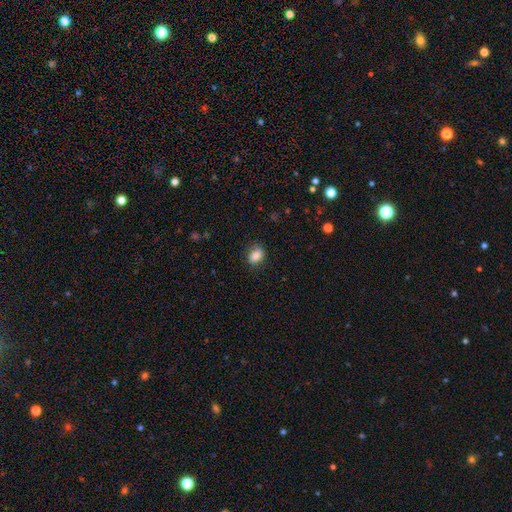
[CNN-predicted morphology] Smooth or featured: smooth — 87% (star or artifact — 9%)
How rounded: in between — 70% (round — 29%)
Merging: none — 83% (minor disturbance — 13%)